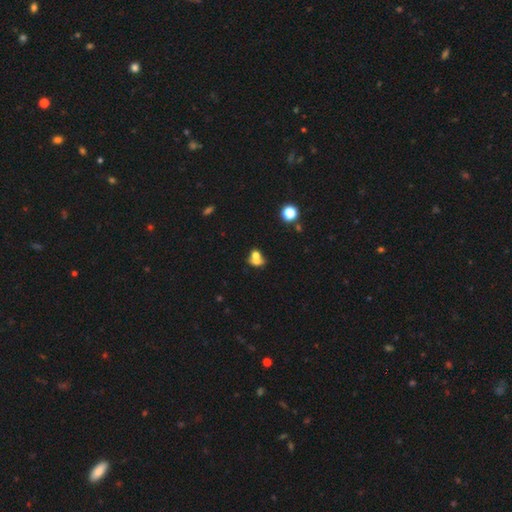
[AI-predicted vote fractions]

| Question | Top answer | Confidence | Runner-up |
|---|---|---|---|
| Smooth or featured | smooth | 64% | featured or disk (22%) |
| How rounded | round | 53% | in between (45%) |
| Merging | merger | 63% | none (24%) |